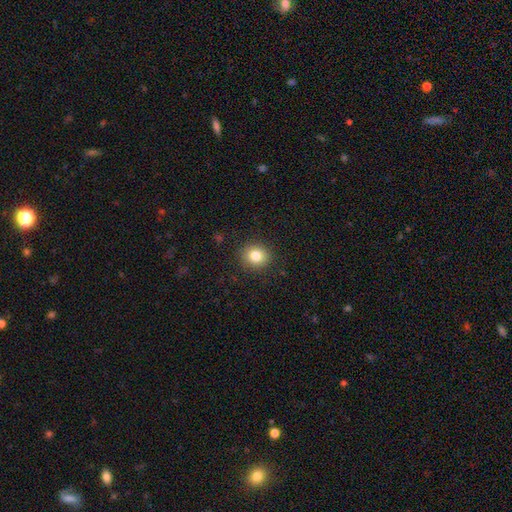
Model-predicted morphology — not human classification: Q: Smooth or featured?
A: smooth (81%); runner-up: star or artifact (11%)
Q: How rounded?
A: round (83%); runner-up: in between (16%)
Q: Merging?
A: none (90%); runner-up: minor disturbance (7%)